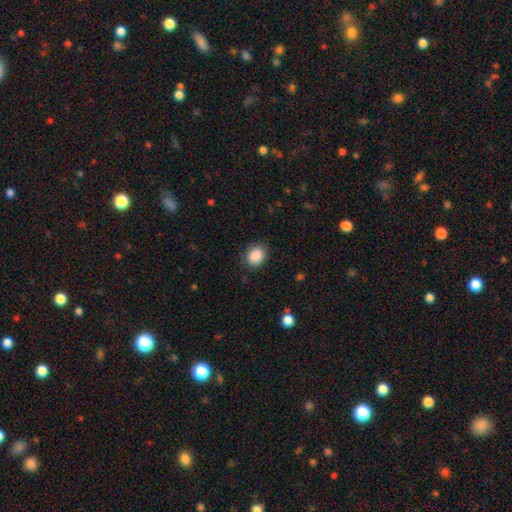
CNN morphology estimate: This is clearly a smooth galaxy (89%). How rounded: likely round (65%). Merging: clearly none (84%).